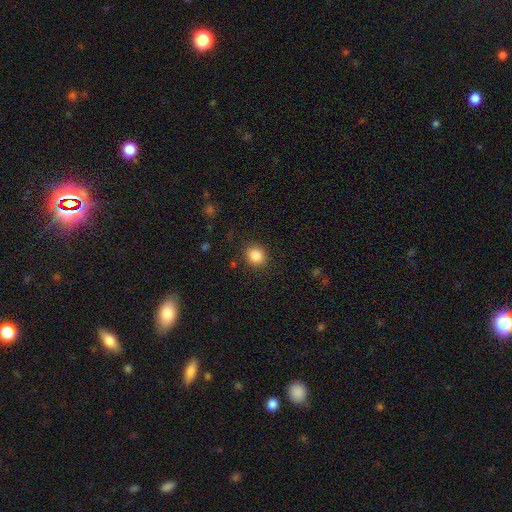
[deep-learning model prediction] A smooth galaxy with no disk features (86%) that is round (75%). Merging: none (87%).